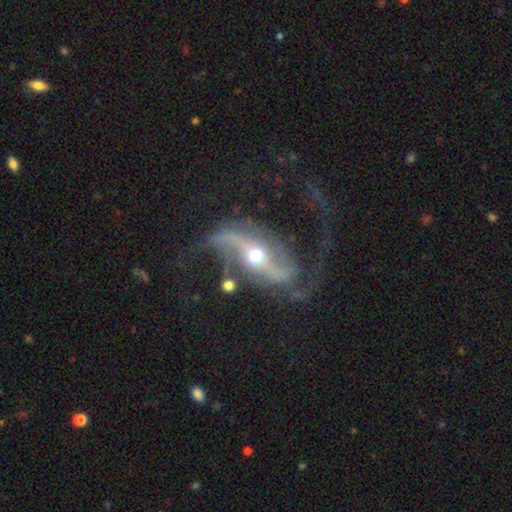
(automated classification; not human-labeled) This is clearly a featured or disk galaxy (86%). It is clearly not viewed edge-on (93%). Bar: marginally no (35%). Spiral arm pattern: clearly yes (92%). Spiral arm count: clearly 2 (91%). Spiral winding: likely loose (72%). Central bulge: likely moderate (66%). Merging: possibly none (56%).